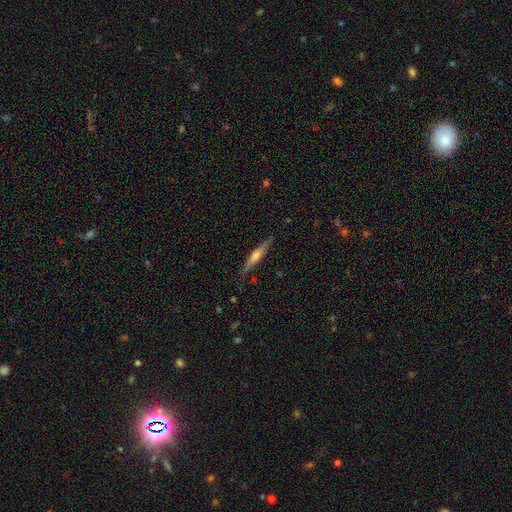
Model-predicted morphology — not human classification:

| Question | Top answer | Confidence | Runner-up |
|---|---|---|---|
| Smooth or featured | featured or disk | 57% | smooth (37%) |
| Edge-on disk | yes | 96% | no (4%) |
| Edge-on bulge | rounded | 76% | boxy (12%) |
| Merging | none | 86% | minor disturbance (11%) |